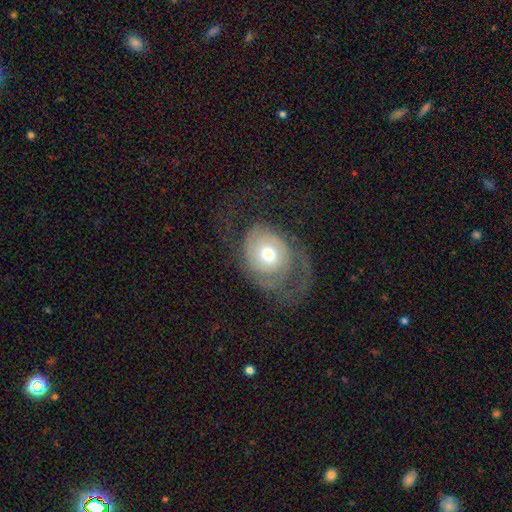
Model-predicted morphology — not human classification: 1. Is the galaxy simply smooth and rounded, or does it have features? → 75% featured or disk, 18% smooth, 7% star or artifact.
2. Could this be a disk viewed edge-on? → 96% no, 4% yes.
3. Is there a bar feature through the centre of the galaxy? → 78% no, 17% weak, 5% strong.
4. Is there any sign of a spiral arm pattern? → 84% yes, 16% no.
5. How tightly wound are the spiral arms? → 38% tight, 36% medium, 26% loose.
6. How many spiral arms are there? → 57% 2, 19% 1, 16% can't tell, 4% 3, 2% 4, 2% more than 4.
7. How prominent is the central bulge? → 70% moderate, 19% small, 9% large, 1% dominant, 1% none.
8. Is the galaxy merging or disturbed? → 52% none, 30% major disturbance, 17% minor disturbance, 2% merger.